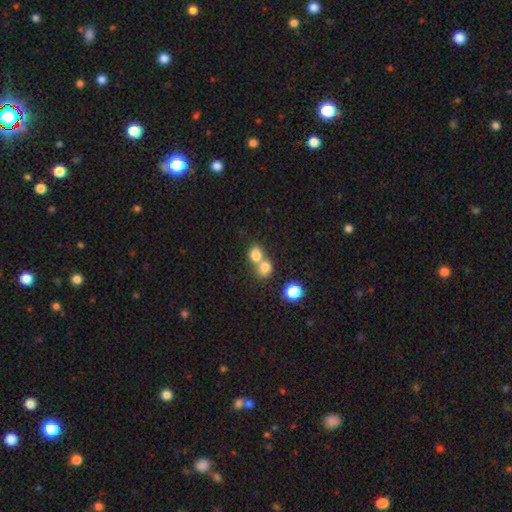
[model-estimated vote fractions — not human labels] Smooth or featured? smooth (79%)
How rounded? round (61%)
Merging? merger (60%)